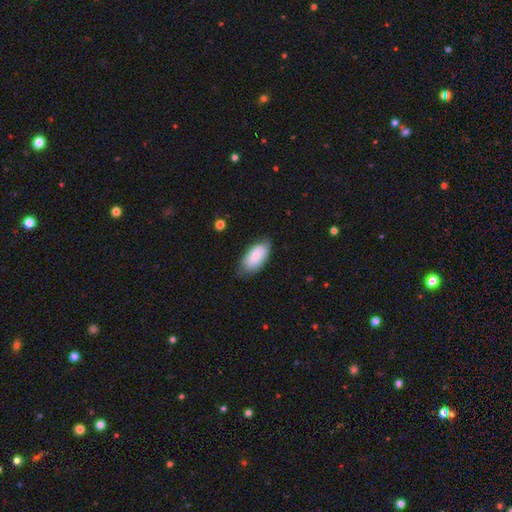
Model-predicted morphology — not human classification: Smooth or featured? Predicted: smooth (p=0.83). How rounded? Predicted: in between (p=0.93). Merging? Predicted: none (p=0.70).